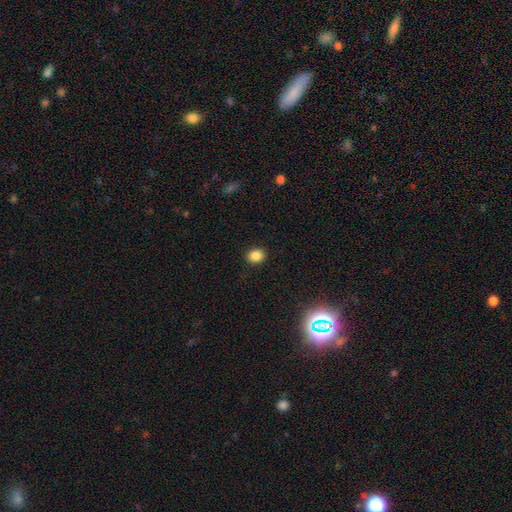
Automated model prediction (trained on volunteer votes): Q: Smooth or featured?
A: smooth (85%); runner-up: star or artifact (11%)
Q: How rounded?
A: round (59%); runner-up: in between (41%)
Q: Merging?
A: none (90%); runner-up: minor disturbance (7%)